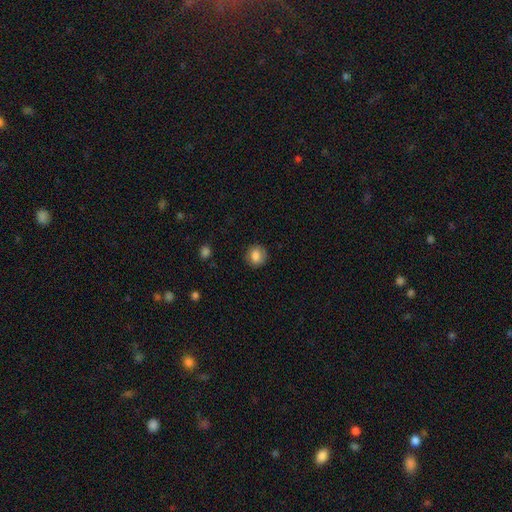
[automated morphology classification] A smooth galaxy with no disk features (80%) that is round (80%).

Vote fractions:
- Smooth or featured? smooth: 80% / featured or disk: 11% / star or artifact: 9%
- How rounded? round: 80% / in between: 19% / cigar-shaped: 1%
- Merging? none: 84% / minor disturbance: 11% / major disturbance: 3% / merger: 1%